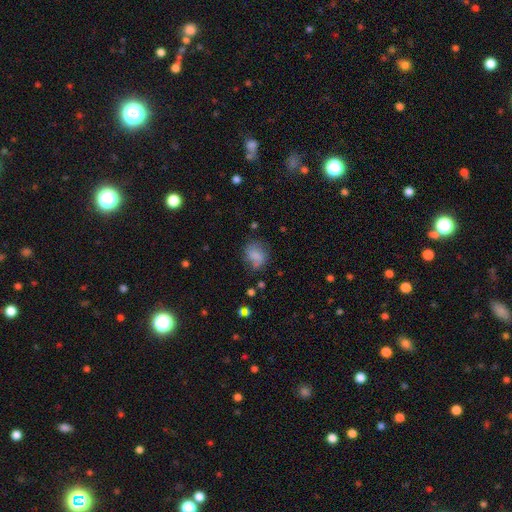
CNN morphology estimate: The model was most divided on "how rounded": round: 50%, in between: 48%, cigar-shaped: 1%. More confident: smooth or featured — smooth (73%); merging — none (56%).